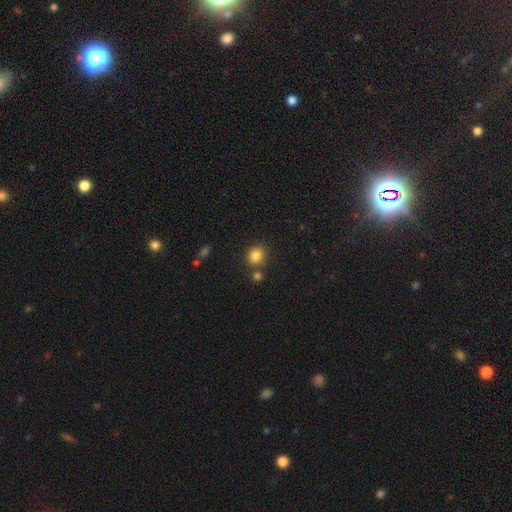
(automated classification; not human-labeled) smooth 84%, star or artifact 11%, featured or disk 5%. Down the decision tree: how rounded — round (76%); merging — none (73%).